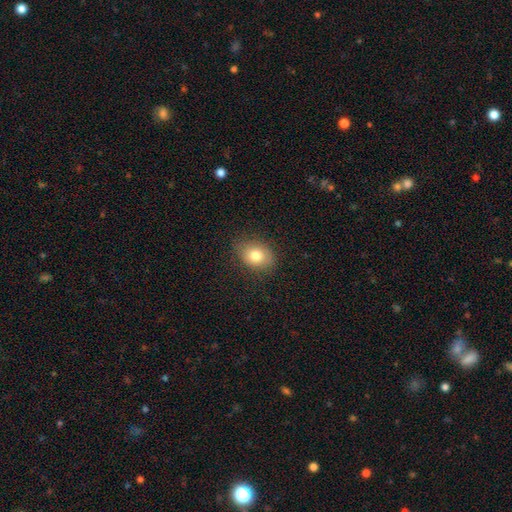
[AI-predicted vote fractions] The model was most divided on "how rounded": in between: 62%, round: 37%, cigar-shaped: 1%. More confident: merging — none (81%); smooth or featured — smooth (80%).